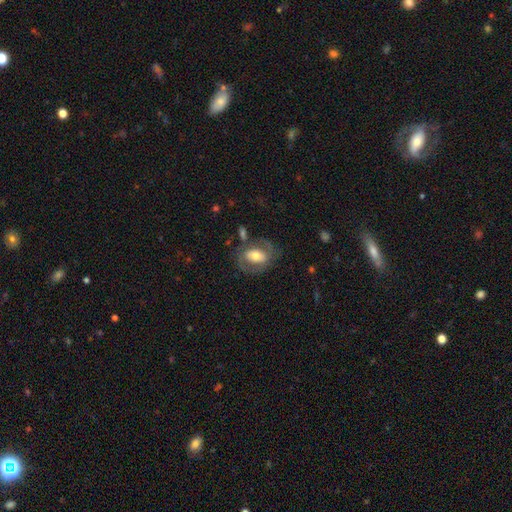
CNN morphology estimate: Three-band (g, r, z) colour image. It shows a featured or disk galaxy (55%) with no bar (43%), spiral arms (58%) and a moderate central bulge (58%). Merging: none (63%).